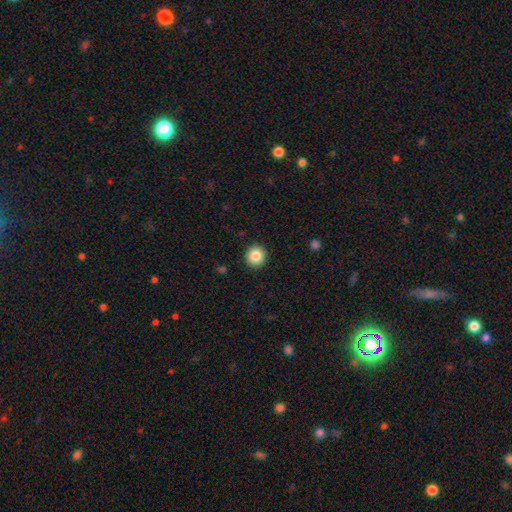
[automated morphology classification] Smooth or featured?
  - smooth: 85% *
  - star or artifact: 9%
  - featured or disk: 6%
How rounded?
  - round: 92% *
  - in between: 7%
  - cigar-shaped: 1%
Merging?
  - none: 92% *
  - minor disturbance: 5%
  - major disturbance: 2%
  - merger: 1%